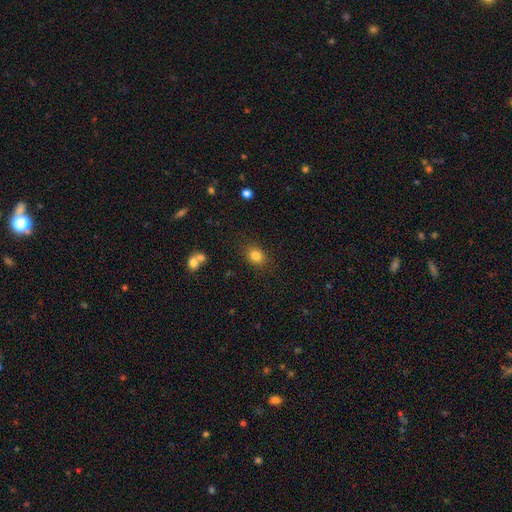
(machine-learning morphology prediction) Overall: smooth (82%). How rounded: in between (55%; round 44%). Merging: none (83%).